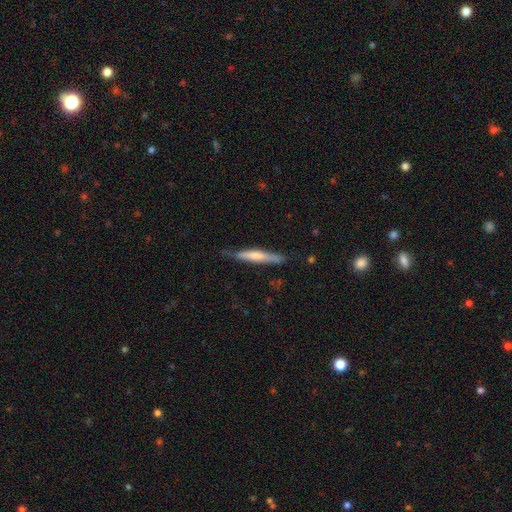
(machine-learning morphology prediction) A smooth galaxy with no disk features (54%) that is cigar-shaped (93%). Merging: none (75%).